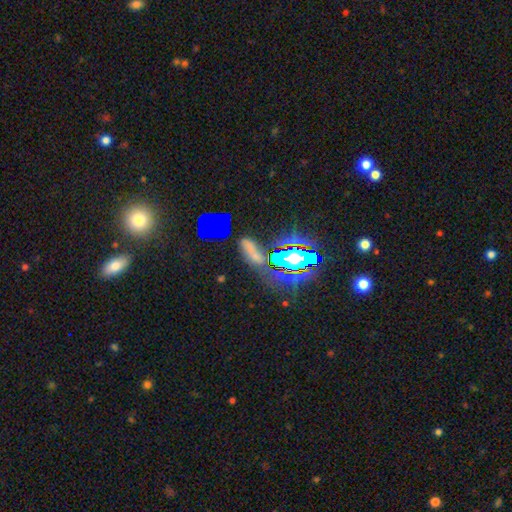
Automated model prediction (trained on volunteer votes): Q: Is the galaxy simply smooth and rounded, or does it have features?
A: star or artifact — 56%.